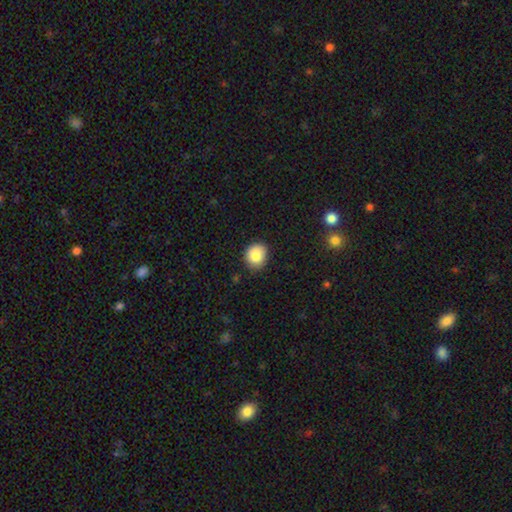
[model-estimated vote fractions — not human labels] Q: Smooth or featured?
A: smooth (85%); runner-up: star or artifact (9%)
Q: How rounded?
A: round (73%); runner-up: in between (26%)
Q: Merging?
A: none (82%); runner-up: minor disturbance (14%)